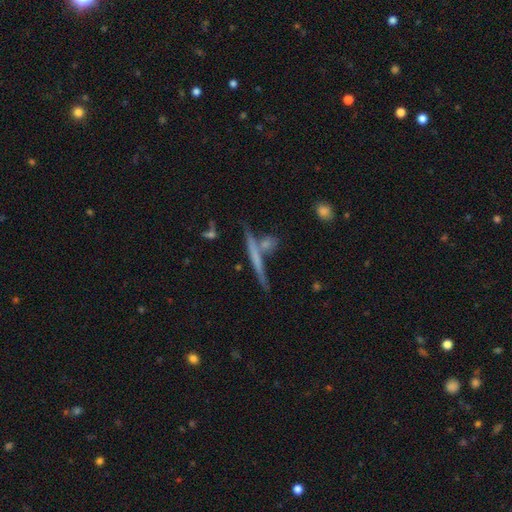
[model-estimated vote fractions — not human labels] The model was most divided on "smooth or featured": featured or disk: 53%, smooth: 38%, star or artifact: 9%. More confident: edge-on disk — yes (94%); merging — none (70%).